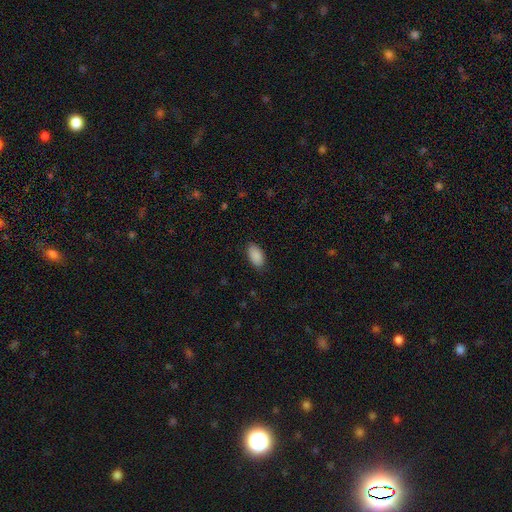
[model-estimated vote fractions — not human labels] Smooth or featured?
  - smooth: 90% *
  - star or artifact: 7%
  - featured or disk: 3%
How rounded?
  - in between: 95% *
  - round: 3%
  - cigar-shaped: 2%
Merging?
  - none: 85% *
  - minor disturbance: 11%
  - major disturbance: 3%
  - merger: 1%